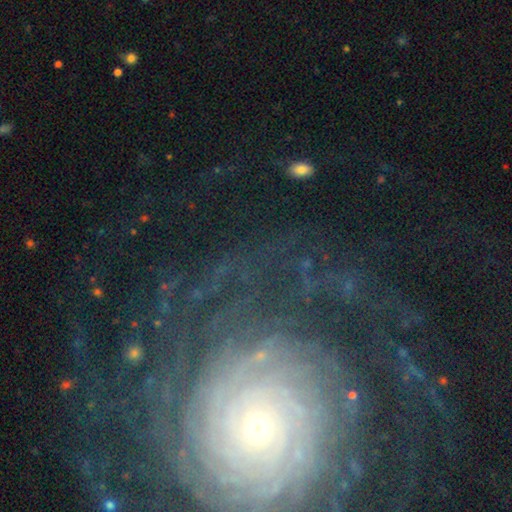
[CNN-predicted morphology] smooth-or-featured: featured or disk: 80% | star or artifact: 12% | smooth: 8%
  disk-edge-on: no: 97% | yes: 3%
    bar: no: 71% | weak: 18% | strong: 11%
    has-spiral-arms: yes: 95% | no: 5%
      spiral-winding: tight: 78% | medium: 17% | loose: 6%
      spiral-arm-count: more than 4: 27% (tied) | can't tell: 27% (tied) | 4: 13% | 2: 12% | 3: 12% | 1: 9%
    bulge-size: small: 74% | moderate: 20% | large: 3% | none: 2% | dominant: 1%
  merging: none: 72% | major disturbance: 13% | minor disturbance: 13% | merger: 2%